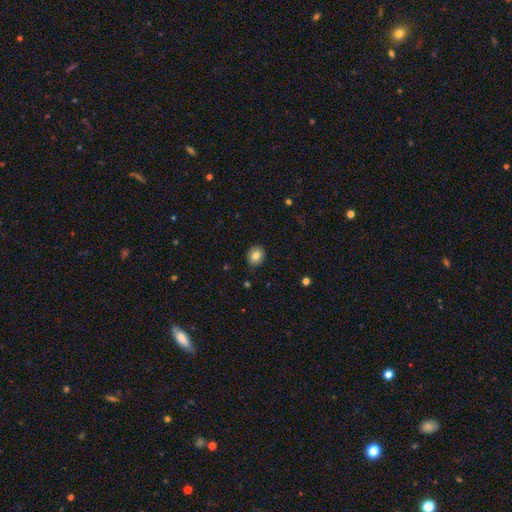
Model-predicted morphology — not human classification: Smooth or featured? Predicted: smooth (p=0.81). How rounded? Predicted: round (p=0.64). Merging? Predicted: none (p=0.87).